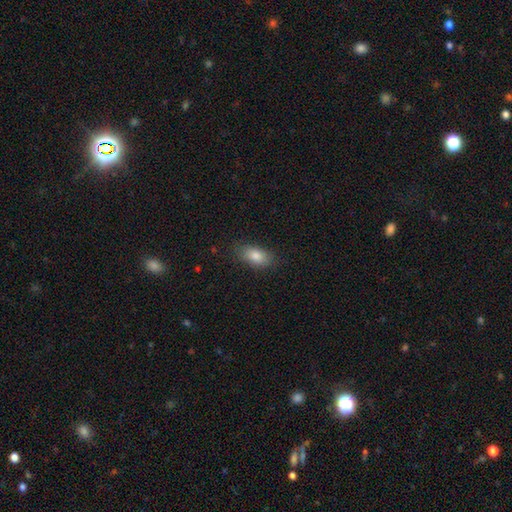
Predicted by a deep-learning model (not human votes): Smooth or featured? Predicted: smooth (p=0.83). How rounded? Predicted: in between (p=0.88). Merging? Predicted: none (p=0.83).